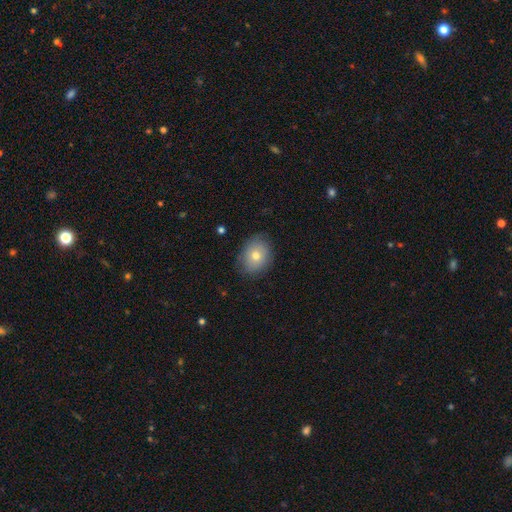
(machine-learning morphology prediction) Q: Smooth or featured?
A: smooth (74%); runner-up: featured or disk (16%)
Q: How rounded?
A: round (50%); runner-up: in between (49%)
Q: Merging?
A: none (81%); runner-up: minor disturbance (15%)